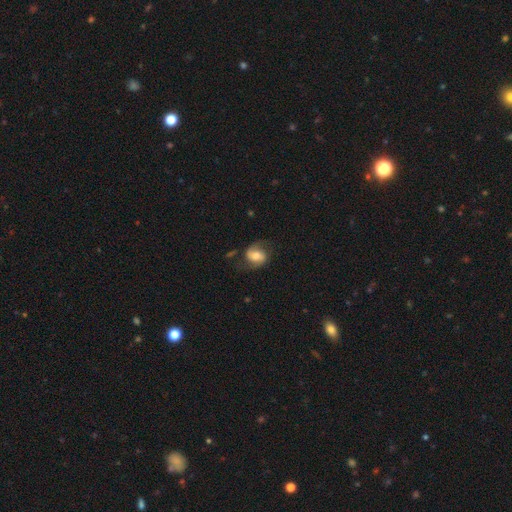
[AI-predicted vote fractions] Morphology: type=featured or disk (58%); edge-on=no (97%); bar=no (41%); spiral arms=yes (88%); bulge=moderate (55%); merging=none (62%).